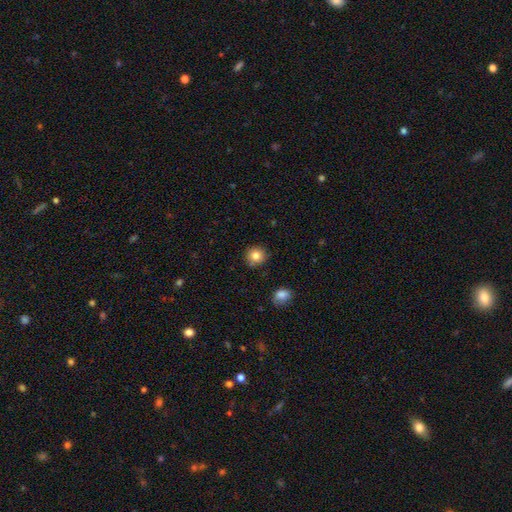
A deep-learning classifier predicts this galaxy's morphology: Q: Smooth or featured?
A: smooth (83%); runner-up: star or artifact (10%)
Q: How rounded?
A: round (90%); runner-up: in between (9%)
Q: Merging?
A: none (87%); runner-up: minor disturbance (9%)